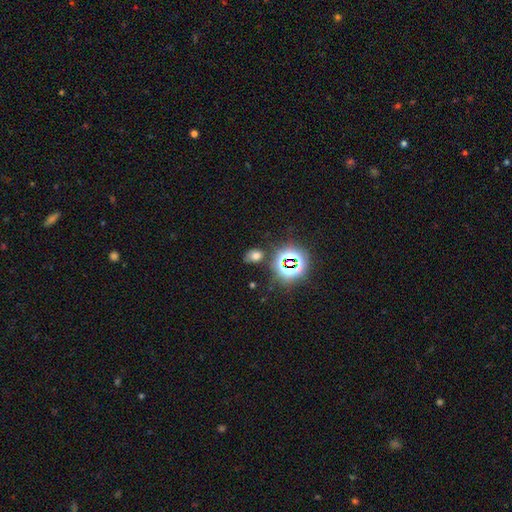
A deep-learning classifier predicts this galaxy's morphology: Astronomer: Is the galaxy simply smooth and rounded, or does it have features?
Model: smooth — 58%.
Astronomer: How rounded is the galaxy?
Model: in between — 63%.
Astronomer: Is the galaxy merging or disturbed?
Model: none — 67%.